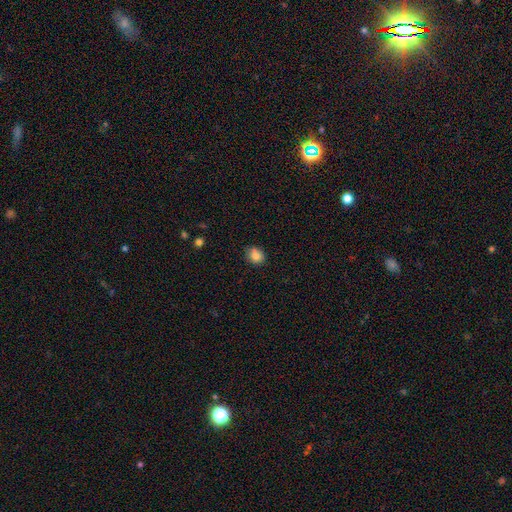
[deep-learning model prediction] This is clearly a smooth galaxy (81%). How rounded: likely round (67%). Merging: likely none (73%).